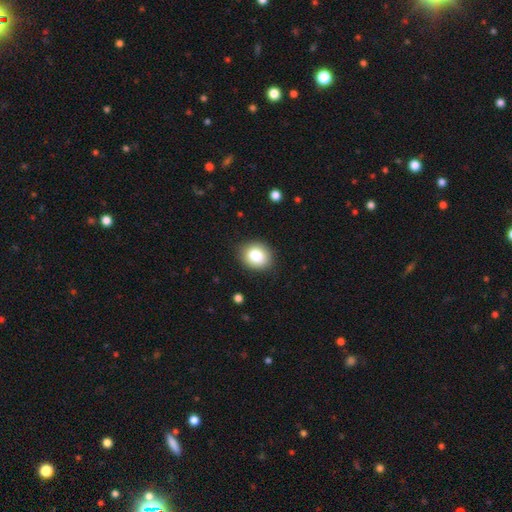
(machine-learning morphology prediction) Smooth or featured? smooth (83%)
How rounded? round (63%)
Merging? none (87%)